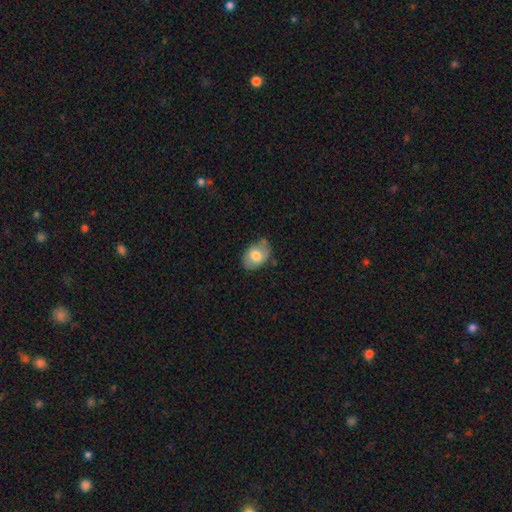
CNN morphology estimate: A smooth galaxy with no disk features (71%) that is in between round and cigar-shaped (83%). Merging: none (69%).